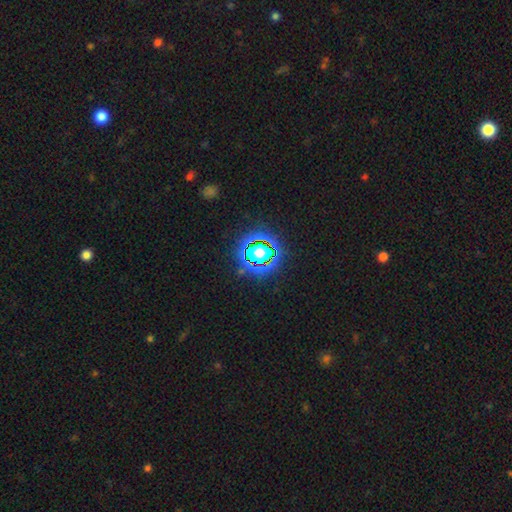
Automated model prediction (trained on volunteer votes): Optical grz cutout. It shows a star or artifact, not a galaxy (78%).